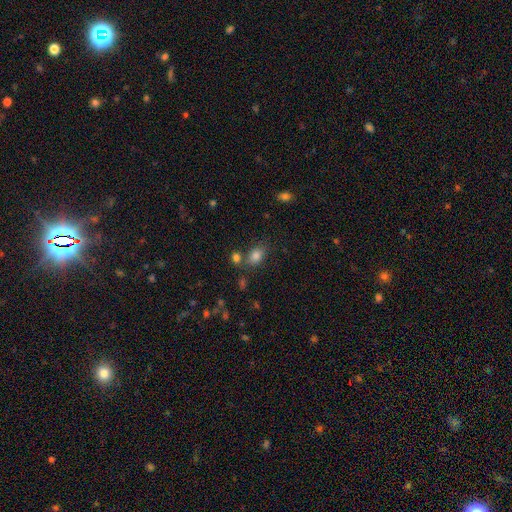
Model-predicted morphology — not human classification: smooth_or_featured: smooth (p=0.81) [alt: star or artifact p=0.12]
how_rounded: in between (p=0.76) [alt: round p=0.23]
merging: none (p=0.66) [alt: merger p=0.16]